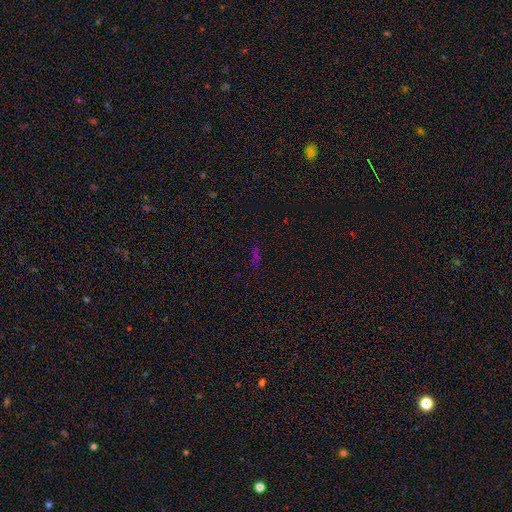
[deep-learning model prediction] This appears to be a star or artifact, not a galaxy (46%).